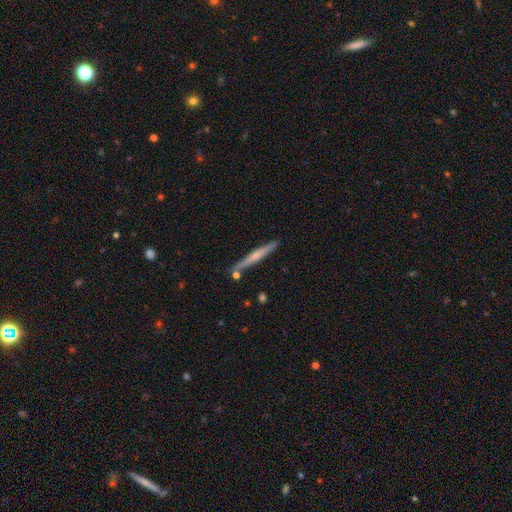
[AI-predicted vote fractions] Overall: featured or disk (57%; smooth 37%). Edge-on disk: yes (97%). Edge-on bulge: rounded (59%; none 31%). Merging: none (84%).